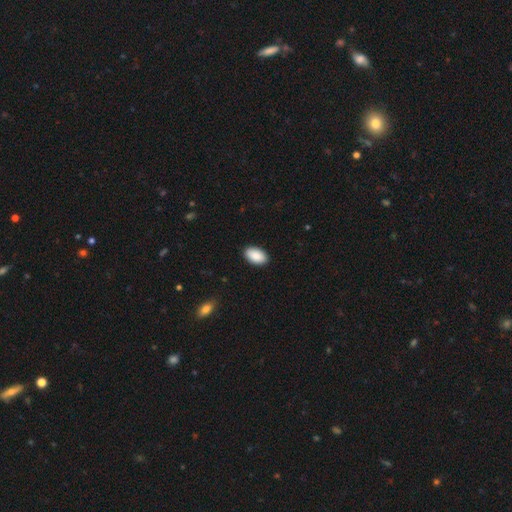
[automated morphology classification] A smooth galaxy with no disk features (90%) that is in between round and cigar-shaped (95%).

Vote fractions:
- Smooth or featured? smooth: 90% / star or artifact: 6% / featured or disk: 4%
- How rounded? in between: 95% / round: 4% / cigar-shaped: 1%
- Merging? none: 90% / minor disturbance: 7% / major disturbance: 2% / merger: 1%